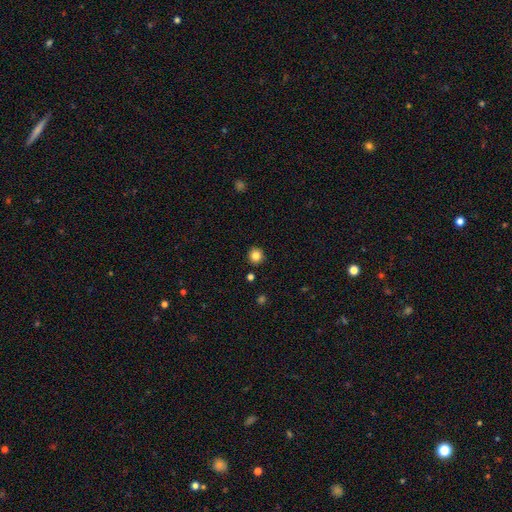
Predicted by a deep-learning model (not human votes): Smooth or featured?
  - smooth: 83% *
  - star or artifact: 11%
  - featured or disk: 5%
How rounded?
  - round: 93% *
  - in between: 6%
  - cigar-shaped: 1%
Merging?
  - none: 91% *
  - minor disturbance: 5%
  - major disturbance: 2%
  - merger: 2%